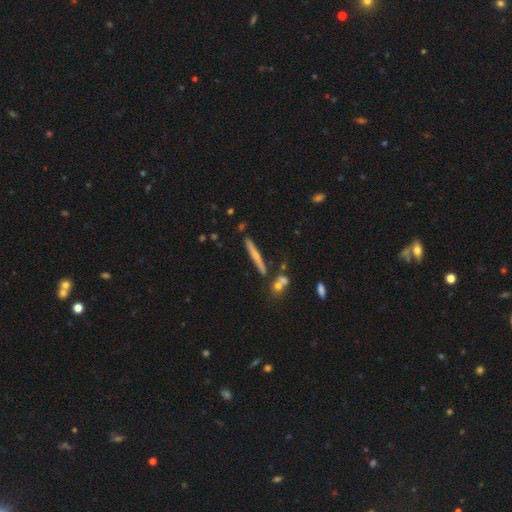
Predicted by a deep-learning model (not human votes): Smooth or featured?
  - smooth: 49% *
  - featured or disk: 43%
  - star or artifact: 7%
Merging?
  - none: 82% *
  - minor disturbance: 10%
  - merger: 6%
  - major disturbance: 2%